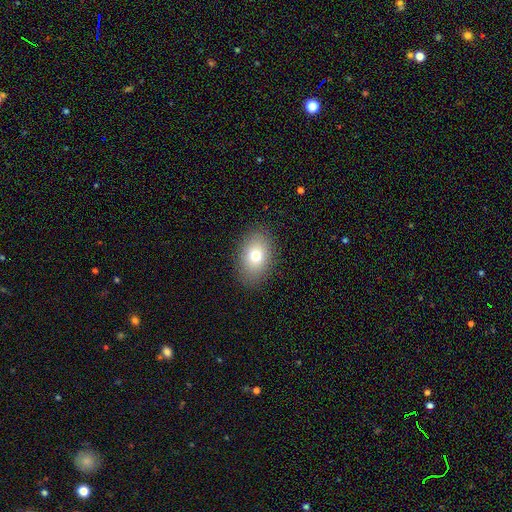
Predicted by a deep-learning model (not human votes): smooth_or_featured: smooth (p=0.75) [alt: featured or disk p=0.14]
how_rounded: in between (p=0.81) [alt: round p=0.18]
merging: none (p=0.87) [alt: minor disturbance p=0.09]